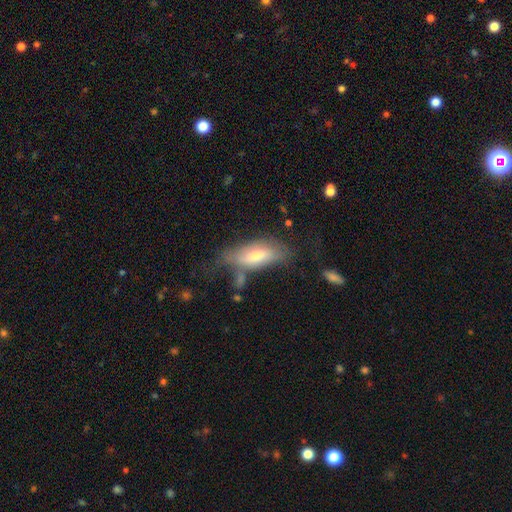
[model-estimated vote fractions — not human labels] A smooth galaxy with no disk features (63%) that is in between round and cigar-shaped (79%).

Vote fractions:
- Smooth or featured? smooth: 63% / featured or disk: 30% / star or artifact: 7%
- How rounded? in between: 79% / cigar-shaped: 18% / round: 2%
- Merging? none: 45% / minor disturbance: 28% / major disturbance: 19% / merger: 8%